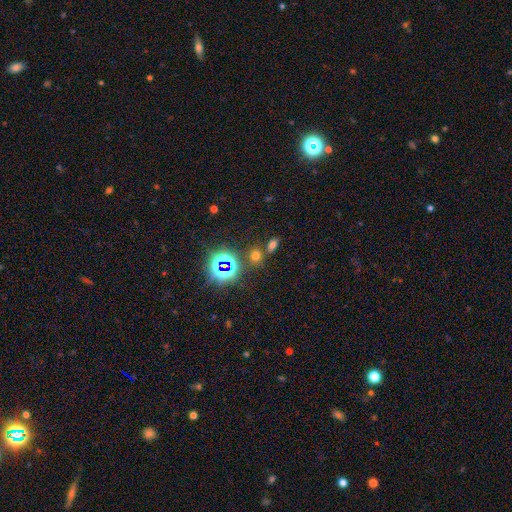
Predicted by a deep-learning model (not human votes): A smooth galaxy with no disk features (54%) that is in between round and cigar-shaped (48%, tied with round).

Vote fractions:
- Smooth or featured? smooth: 54% / star or artifact: 38% / featured or disk: 9%
- How rounded? in between: 48% (tied) / round: 48% (tied) / cigar-shaped: 4%
- Merging? none: 71% / merger: 16% / minor disturbance: 9% / major disturbance: 4%